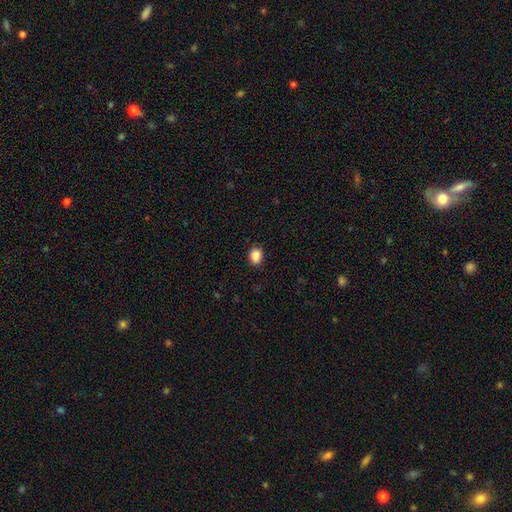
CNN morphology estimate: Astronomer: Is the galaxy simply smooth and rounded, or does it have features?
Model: smooth — 88%.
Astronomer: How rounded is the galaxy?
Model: in between — 58% (runner-up: round, 41%).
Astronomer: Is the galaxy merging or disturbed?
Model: none — 86%.